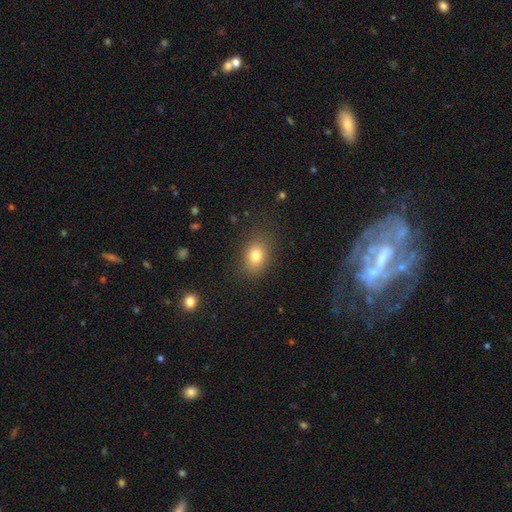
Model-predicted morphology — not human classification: Overall: smooth (79%). How rounded: in between (69%). Merging: none (82%).